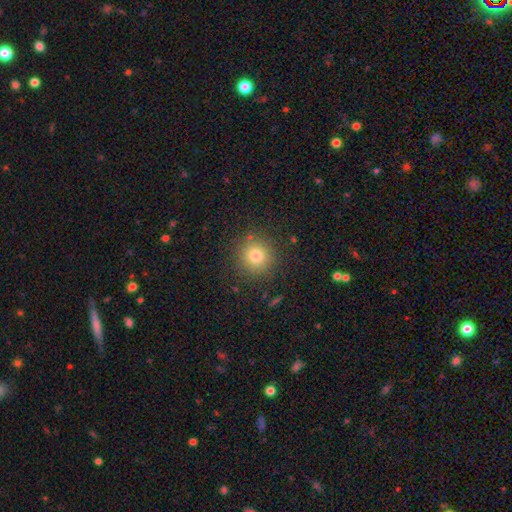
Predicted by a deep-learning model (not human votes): A smooth galaxy with no disk features (79%) that is round (94%).

Vote fractions:
- Smooth or featured? smooth: 79% / star or artifact: 13% / featured or disk: 8%
- How rounded? round: 94% / in between: 5% / cigar-shaped: 1%
- Merging? none: 87% / minor disturbance: 8% / major disturbance: 3% / merger: 2%